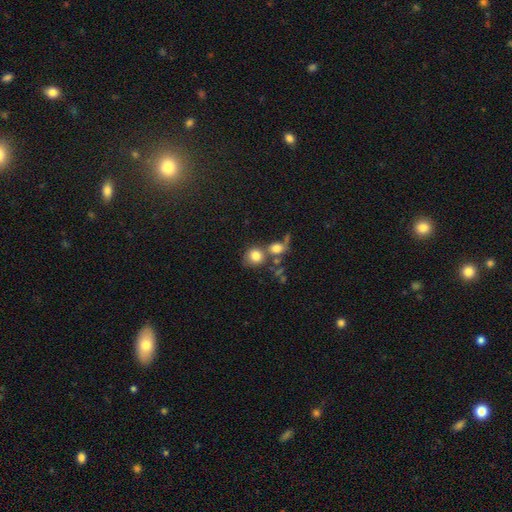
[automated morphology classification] Q: Smooth or featured?
A: smooth (79%); runner-up: featured or disk (11%)
Q: How rounded?
A: round (80%); runner-up: in between (19%)
Q: Merging?
A: none (44%); runner-up: merger (38%)